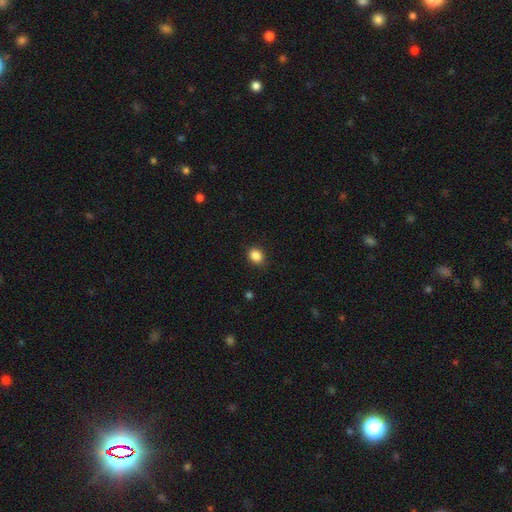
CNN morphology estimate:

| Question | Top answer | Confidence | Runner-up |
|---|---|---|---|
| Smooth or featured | smooth | 86% | star or artifact (10%) |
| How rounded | round | 58% | in between (41%) |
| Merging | none | 88% | minor disturbance (9%) |